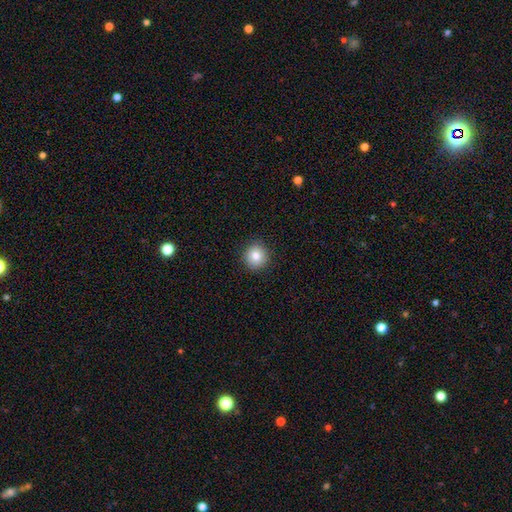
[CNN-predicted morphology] smooth 83%, star or artifact 10%, featured or disk 7%. Down the decision tree: how rounded — round (91%); merging — none (91%).